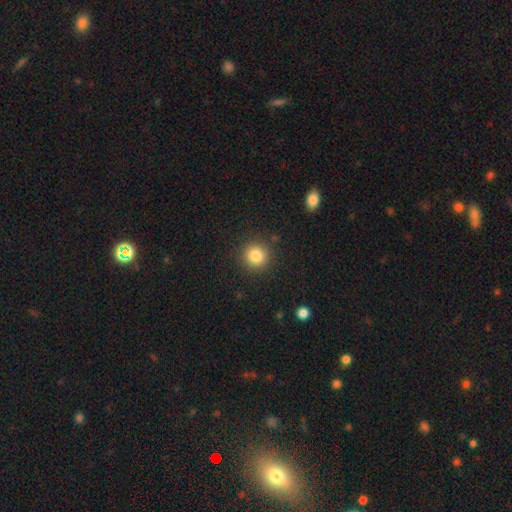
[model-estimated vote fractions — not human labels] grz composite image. It shows a smooth galaxy with no disk features (83%) that is round (93%). Merging: none (90%).